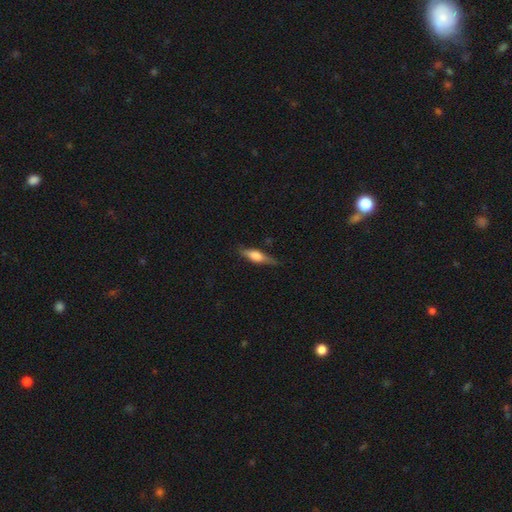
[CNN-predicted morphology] featured or disk 46% (tied), smooth 46% (tied), star or artifact 7%. Down the decision tree: merging — none (77%).